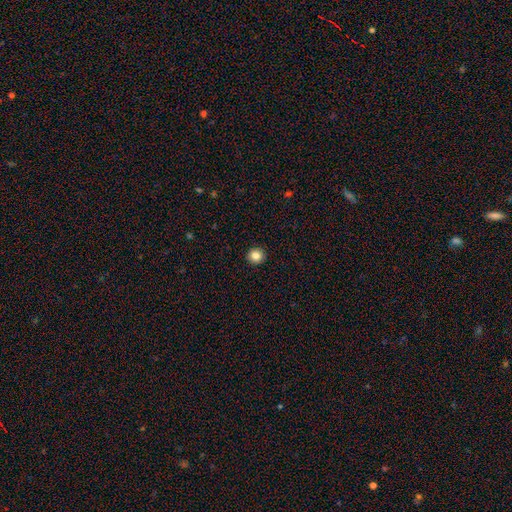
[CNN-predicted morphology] This is clearly a smooth galaxy (84%). How rounded: clearly round (93%). Merging: clearly none (93%).